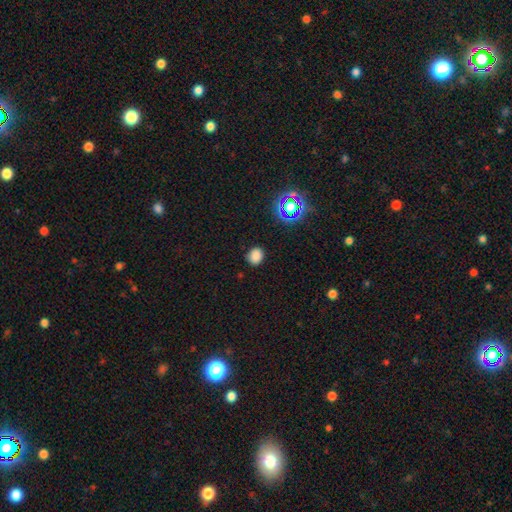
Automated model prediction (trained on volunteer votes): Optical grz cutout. It shows a smooth galaxy with no disk features (80%) that is round (62%). Merging: none (86%).